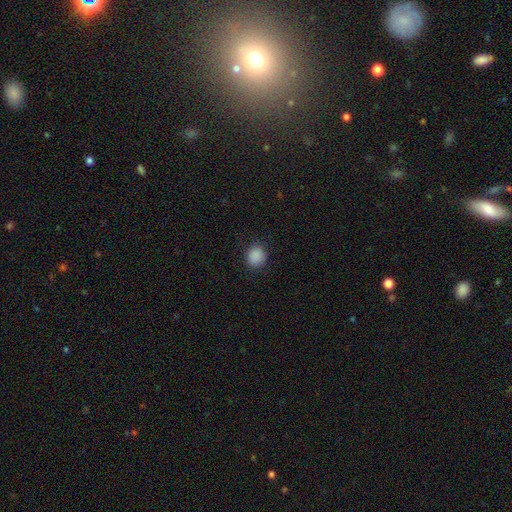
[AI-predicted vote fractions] smooth-or-featured: smooth: 88% | star or artifact: 9% | featured or disk: 3%
  how-rounded: round: 79% | in between: 20% | cigar-shaped: 1%
  merging: none: 87% | minor disturbance: 10% | major disturbance: 3% | merger: 1%